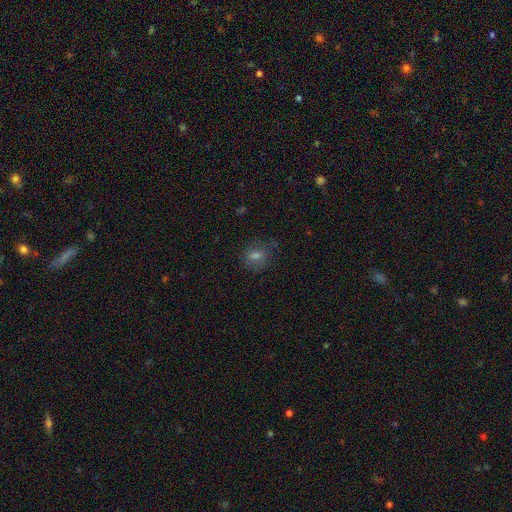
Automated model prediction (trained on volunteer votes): Smooth or featured? smooth (64%)
How rounded? round (66%)
Merging? none (73%)